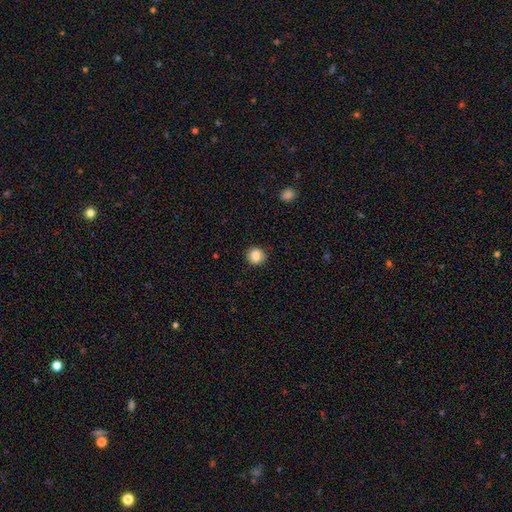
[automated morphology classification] smooth-or-featured: smooth: 84% | star or artifact: 10% | featured or disk: 7%
  how-rounded: round: 87% | in between: 12% | cigar-shaped: 1%
  merging: none: 89% | minor disturbance: 8% | major disturbance: 2% | merger: 1%